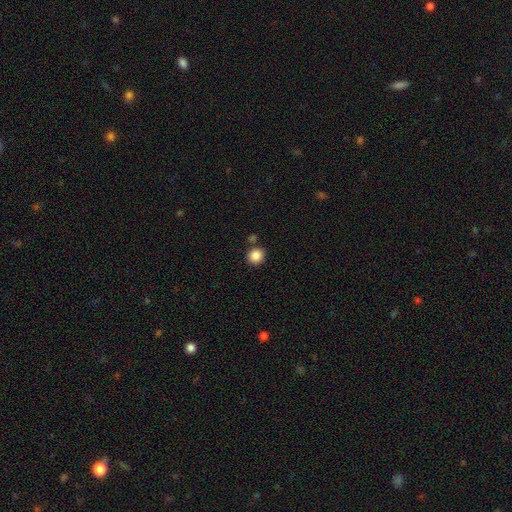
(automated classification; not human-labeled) Morphology: type=smooth (87%); roundness=round (86%); merging=none (80%).